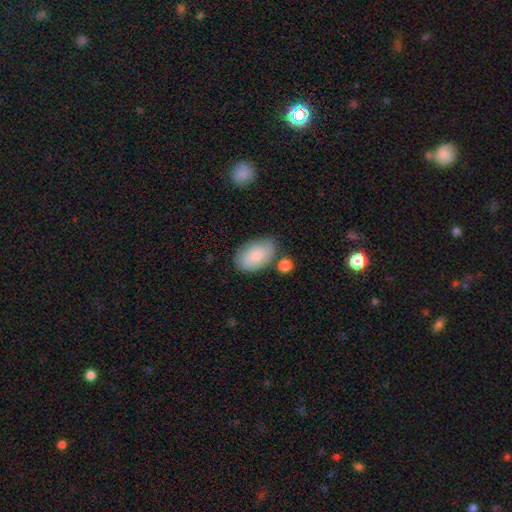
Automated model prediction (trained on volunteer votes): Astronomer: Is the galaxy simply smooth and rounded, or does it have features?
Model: smooth — 84%.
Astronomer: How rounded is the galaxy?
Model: in between — 93%.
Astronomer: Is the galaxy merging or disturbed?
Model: none — 67%.